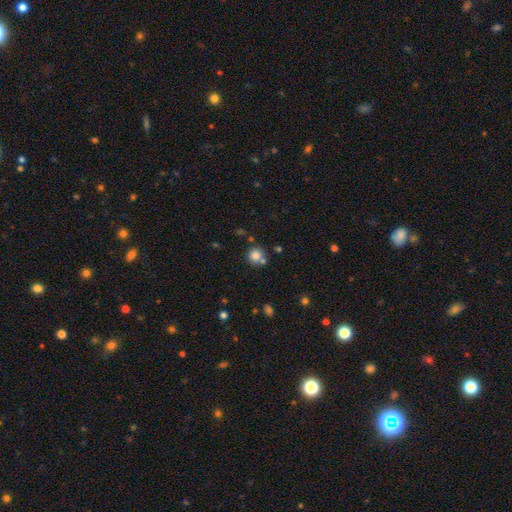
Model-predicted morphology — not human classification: Smooth or featured?
  - smooth: 81% *
  - star or artifact: 11%
  - featured or disk: 8%
How rounded?
  - round: 91% *
  - in between: 8%
  - cigar-shaped: 1%
Merging?
  - none: 67% *
  - merger: 19%
  - minor disturbance: 10%
  - major disturbance: 4%